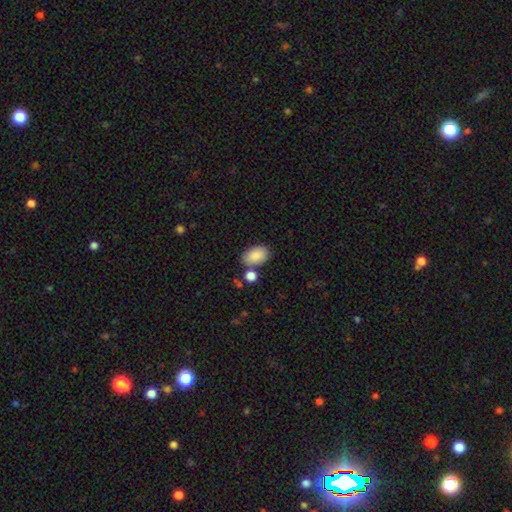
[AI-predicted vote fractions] smooth_or_featured: smooth (p=0.87) [alt: star or artifact p=0.07]
how_rounded: in between (p=0.92) [alt: round p=0.07]
merging: none (p=0.73) [alt: minor disturbance p=0.13]